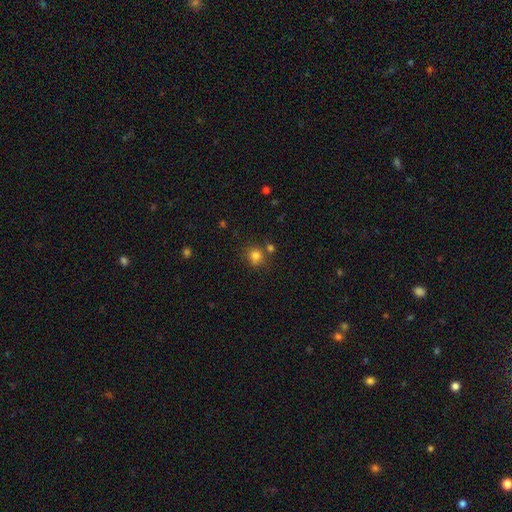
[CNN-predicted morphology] Smooth or featured? Predicted: smooth (p=0.80). How rounded? Predicted: round (p=0.85). Merging? Predicted: none (p=0.71).